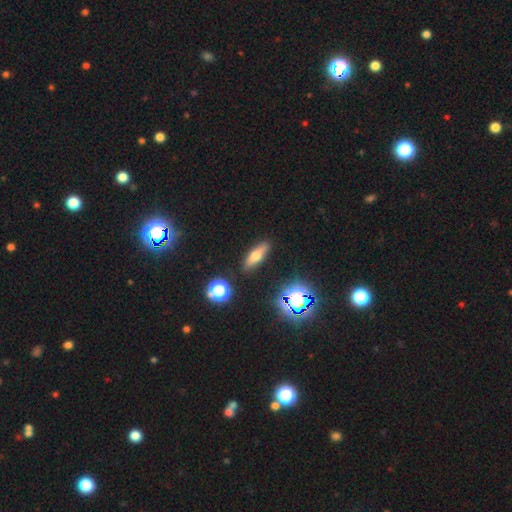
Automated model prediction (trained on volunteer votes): Morphology: type=smooth (54%); roundness=in between (47%); merging=none (88%).